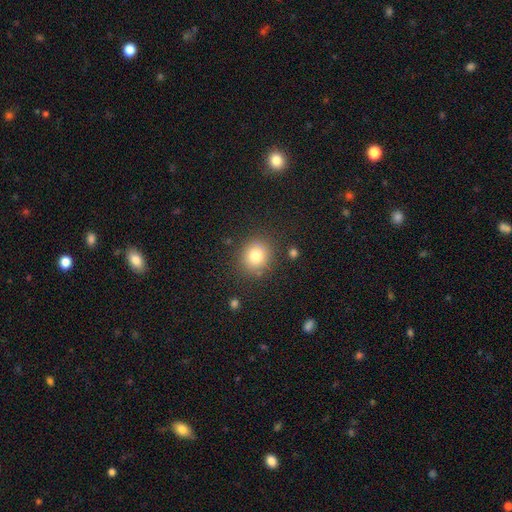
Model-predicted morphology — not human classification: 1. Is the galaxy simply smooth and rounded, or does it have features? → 80% smooth, 11% star or artifact, 9% featured or disk.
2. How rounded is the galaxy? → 83% round, 16% in between, 1% cigar-shaped.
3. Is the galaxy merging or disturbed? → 84% none, 10% minor disturbance, 3% major disturbance, 3% merger.